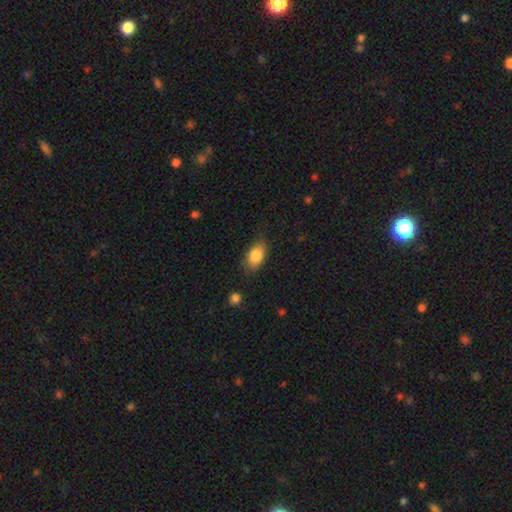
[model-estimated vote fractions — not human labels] smooth-or-featured: smooth: 85% | featured or disk: 8% | star or artifact: 7%
  how-rounded: in between: 89% | round: 8% | cigar-shaped: 3%
  merging: none: 77% | minor disturbance: 18% | major disturbance: 4% | merger: 1%